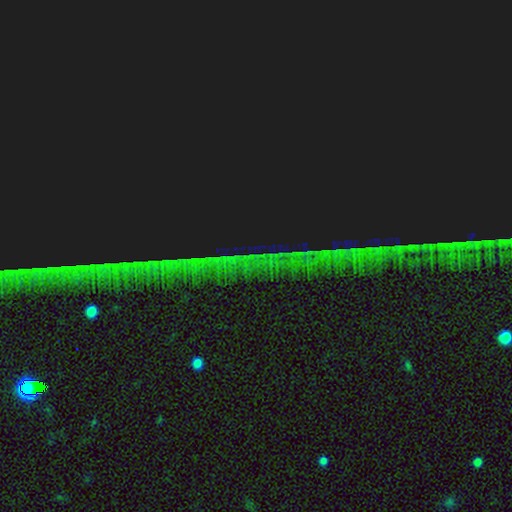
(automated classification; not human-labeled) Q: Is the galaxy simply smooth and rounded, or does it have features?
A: star or artifact — 85%.